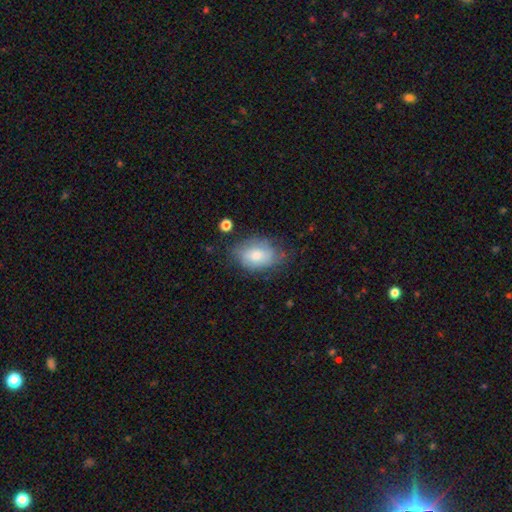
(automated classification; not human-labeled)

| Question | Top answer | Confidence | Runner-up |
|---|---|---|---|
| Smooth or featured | smooth | 60% | featured or disk (32%) |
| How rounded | in between | 81% | round (17%) |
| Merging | none | 60% | minor disturbance (28%) |